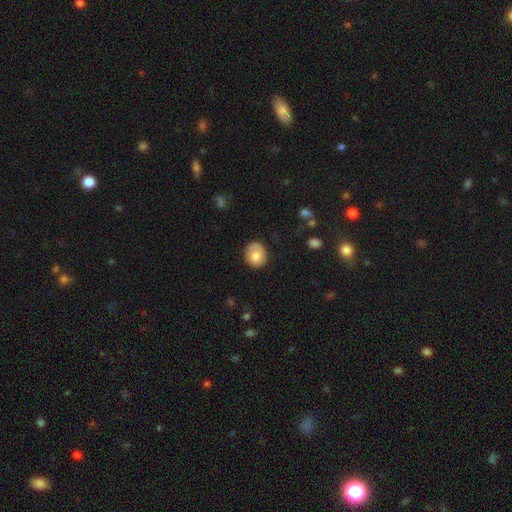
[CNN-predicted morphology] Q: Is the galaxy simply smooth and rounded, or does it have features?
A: smooth — 79%.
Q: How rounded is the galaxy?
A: round — 78%.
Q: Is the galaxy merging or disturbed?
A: none — 78%.